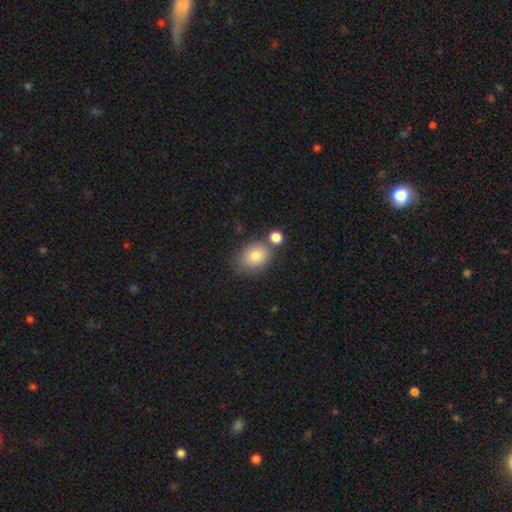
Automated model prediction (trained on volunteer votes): Smooth or featured?
  - smooth: 82% *
  - featured or disk: 9%
  - star or artifact: 9%
How rounded?
  - in between: 64% *
  - round: 35%
  - cigar-shaped: 1%
Merging?
  - none: 59% *
  - merger: 20%
  - minor disturbance: 16%
  - major disturbance: 5%